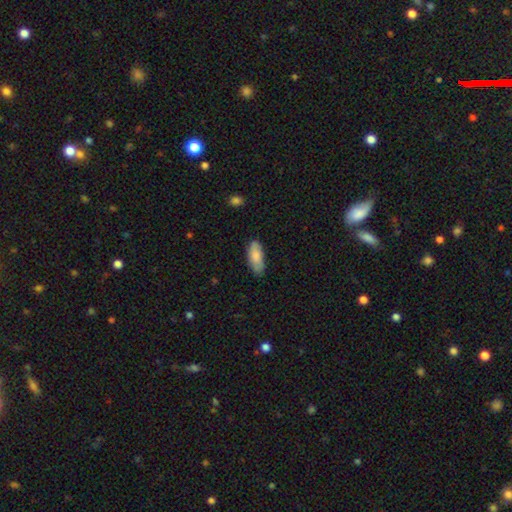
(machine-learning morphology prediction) Smooth or featured?
  - smooth: 81% *
  - featured or disk: 13%
  - star or artifact: 6%
How rounded?
  - in between: 79% *
  - cigar-shaped: 19%
  - round: 2%
Merging?
  - none: 77% *
  - minor disturbance: 19%
  - major disturbance: 3%
  - merger: 1%